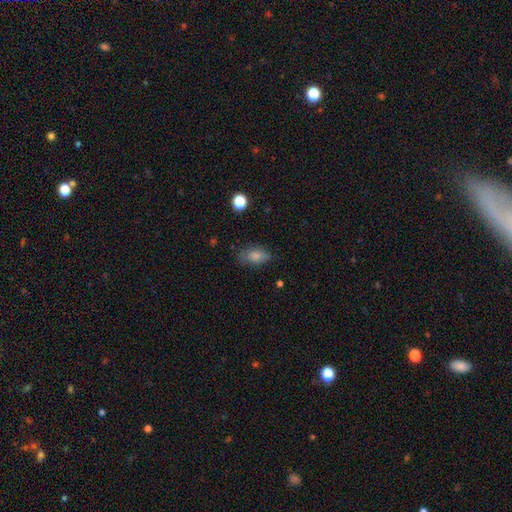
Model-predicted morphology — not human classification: Smooth or featured? smooth (81%)
How rounded? in between (88%)
Merging? none (69%)